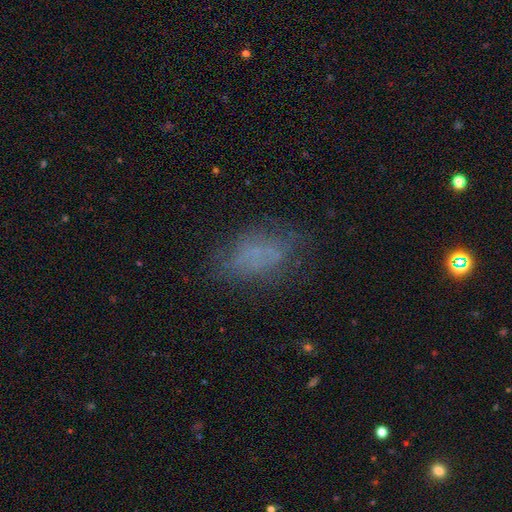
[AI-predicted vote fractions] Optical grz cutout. It shows a smooth galaxy with no disk features (58%) that is in between round and cigar-shaped (87%). Merging: none (61%).